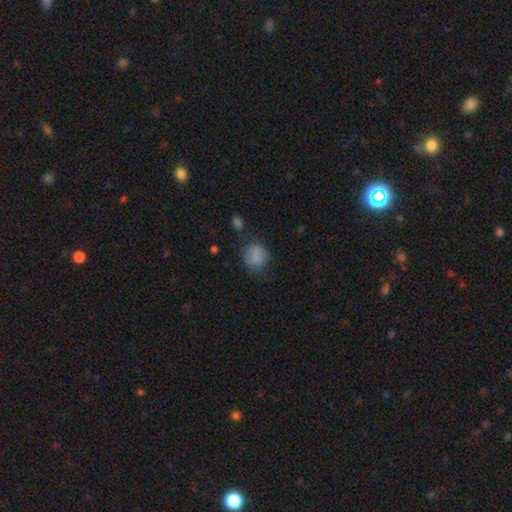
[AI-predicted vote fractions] Smooth or featured? Predicted: smooth (p=0.82). How rounded? Predicted: round (p=0.71). Merging? Predicted: none (p=0.68).